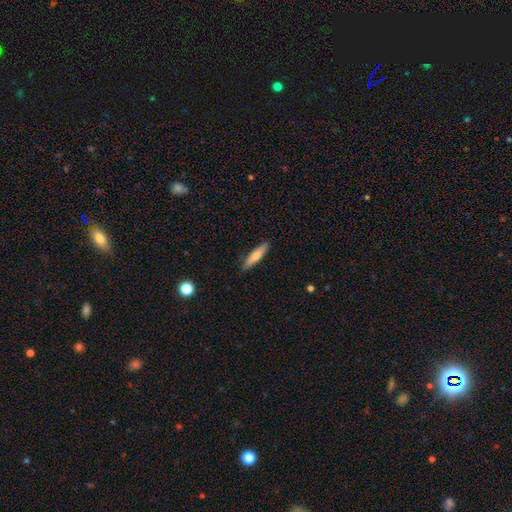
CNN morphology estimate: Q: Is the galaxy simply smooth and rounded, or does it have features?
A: smooth — 63%.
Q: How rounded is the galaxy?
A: cigar-shaped — 82%.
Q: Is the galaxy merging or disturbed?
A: none — 89%.